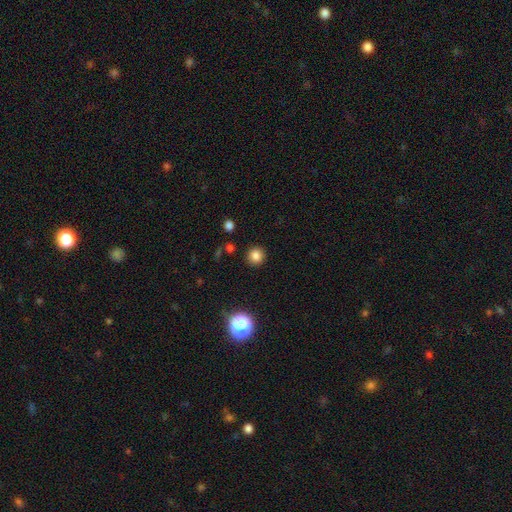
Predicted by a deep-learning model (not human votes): The model was most divided on "smooth or featured": smooth: 82%, star or artifact: 13%, featured or disk: 5%. More confident: how rounded — round (93%); merging — none (91%).